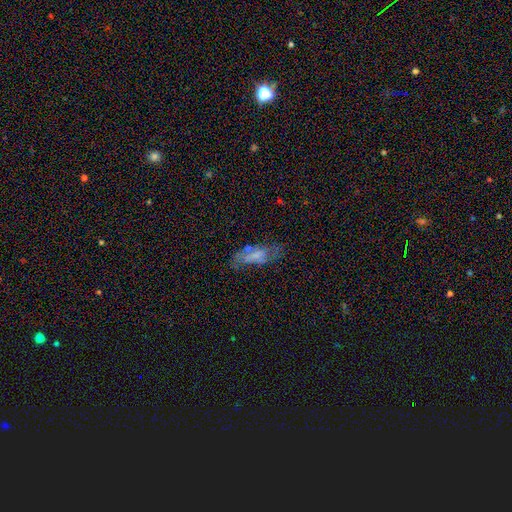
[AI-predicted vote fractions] A featured or disk galaxy (46%).

Vote fractions:
- Smooth or featured? featured or disk: 46% / smooth: 43% / star or artifact: 11%
- Merging? none: 56% / minor disturbance: 25% / major disturbance: 15% / merger: 5%